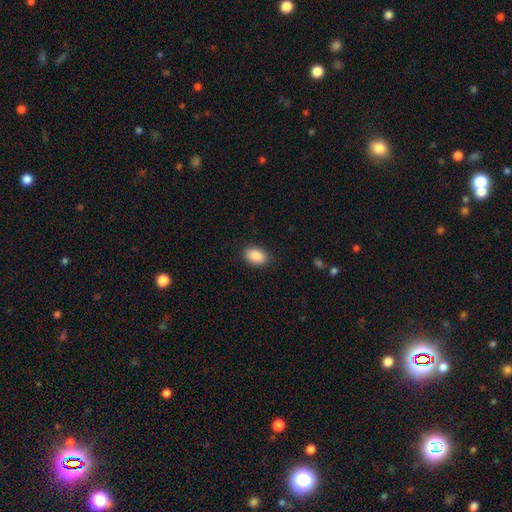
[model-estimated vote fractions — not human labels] Smooth or featured?
  - smooth: 89% *
  - star or artifact: 7%
  - featured or disk: 4%
How rounded?
  - in between: 86% *
  - round: 13%
  - cigar-shaped: 1%
Merging?
  - none: 86% *
  - minor disturbance: 11%
  - major disturbance: 2%
  - merger: 1%